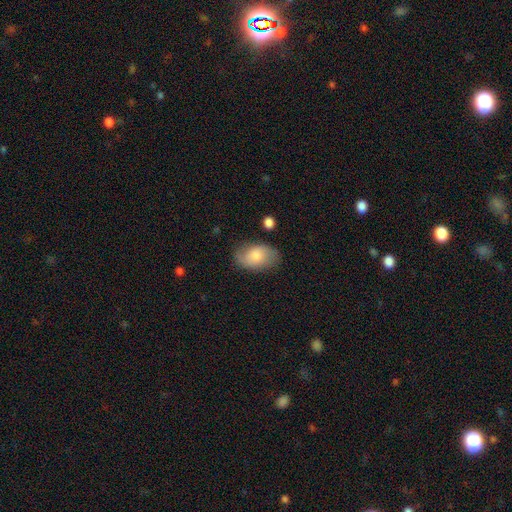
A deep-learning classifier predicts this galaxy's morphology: Smooth or featured? Predicted: smooth (p=0.71). How rounded? Predicted: in between (p=0.90). Merging? Predicted: none (p=0.72).